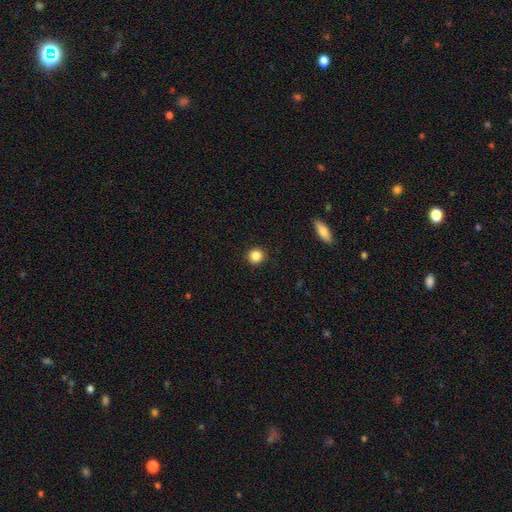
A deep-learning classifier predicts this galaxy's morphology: The model was most divided on "smooth or featured": smooth: 85%, star or artifact: 11%, featured or disk: 4%. More confident: how rounded — round (94%); merging — none (92%).